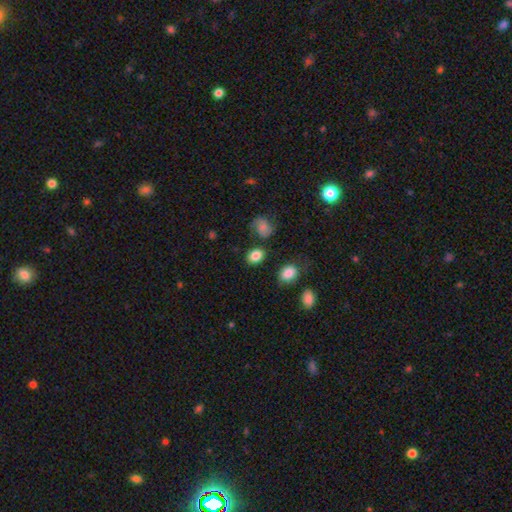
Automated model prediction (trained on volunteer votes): Smooth or featured?
  - smooth: 84% *
  - star or artifact: 9%
  - featured or disk: 7%
How rounded?
  - in between: 69% *
  - round: 30%
  - cigar-shaped: 1%
Merging?
  - none: 77% *
  - minor disturbance: 14%
  - merger: 5%
  - major disturbance: 5%